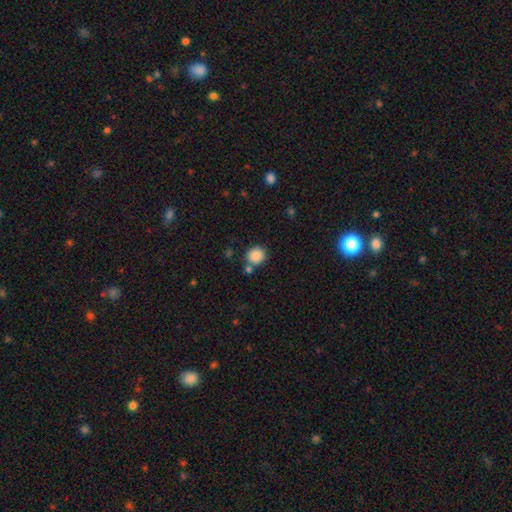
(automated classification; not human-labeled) smooth_or_featured: smooth (p=0.87) [alt: star or artifact p=0.09]
how_rounded: round (p=0.84) [alt: in between p=0.15]
merging: none (p=0.74) [alt: merger p=0.12]